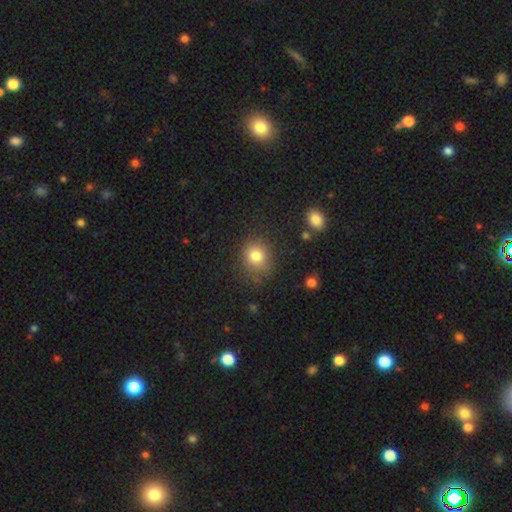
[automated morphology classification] Overall: smooth (80%). How rounded: round (75%). Merging: none (80%).